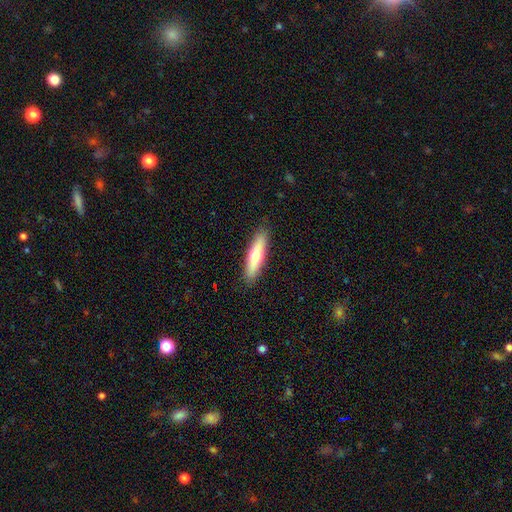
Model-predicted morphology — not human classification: smooth 61%, featured or disk 33%, star or artifact 6%. Down the decision tree: how rounded — cigar-shaped (72%); merging — none (88%).